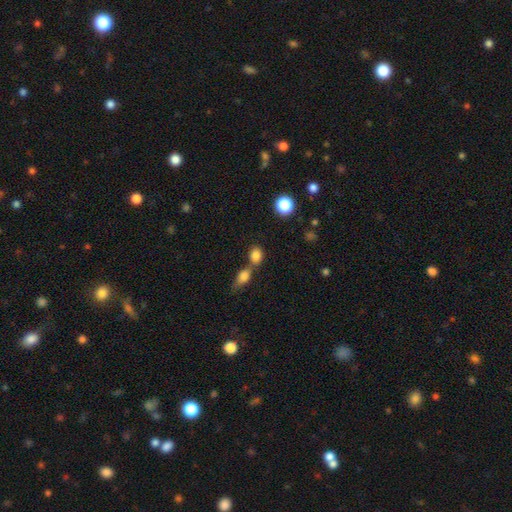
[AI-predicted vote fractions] This appears to be a smooth galaxy with no disk features (83%) that is in between round and cigar-shaped (55%). Merging: none (46%).